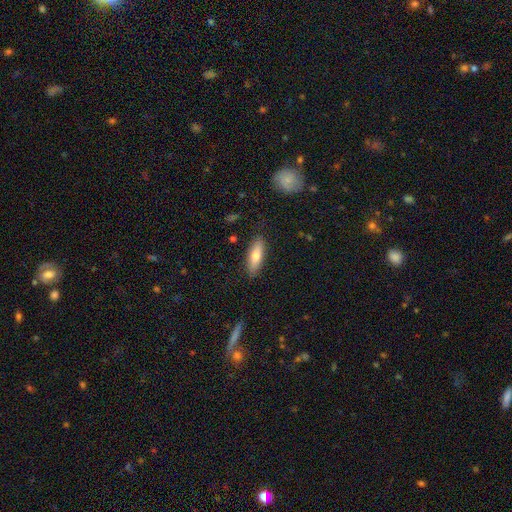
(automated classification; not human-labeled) This is likely a smooth galaxy (74%). How rounded: possibly in between (56%). Merging: clearly none (85%).